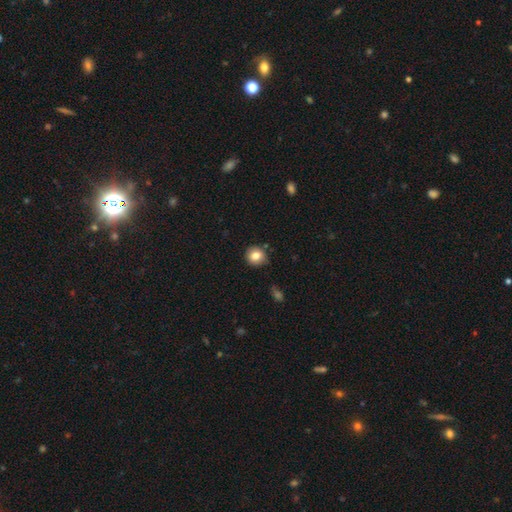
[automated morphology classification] smooth 82%, star or artifact 10%, featured or disk 8%. Down the decision tree: how rounded — round (89%); merging — none (84%).